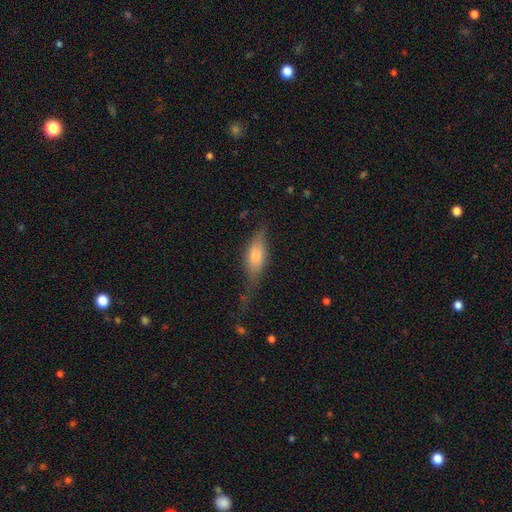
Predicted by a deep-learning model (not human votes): This is likely a smooth galaxy (63%). How rounded: likely in between (64%). Merging: marginally none (43%).